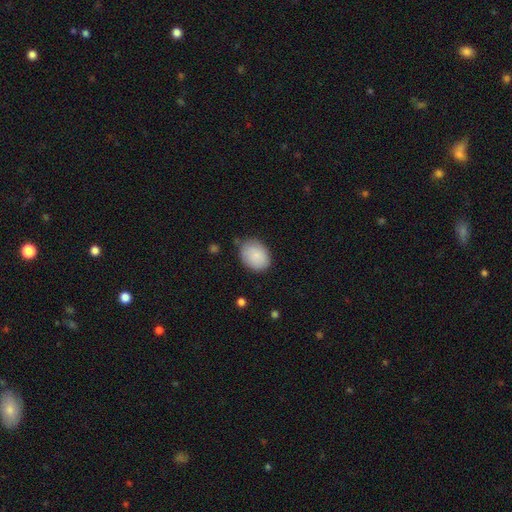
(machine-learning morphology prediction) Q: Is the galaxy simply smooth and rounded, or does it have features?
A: smooth — 84%.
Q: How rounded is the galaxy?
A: in between — 65%.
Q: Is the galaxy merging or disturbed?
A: none — 72%.